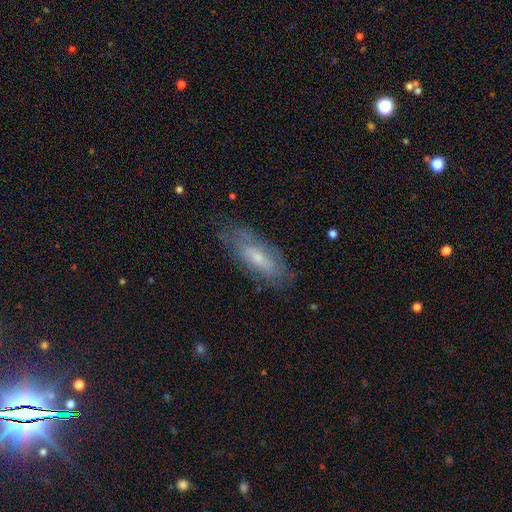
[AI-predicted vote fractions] smooth-or-featured: featured or disk: 56% | smooth: 34% | star or artifact: 10%
  disk-edge-on: no: 77% | yes: 23%
  merging: none: 74% | minor disturbance: 19% | major disturbance: 6% | merger: 1%